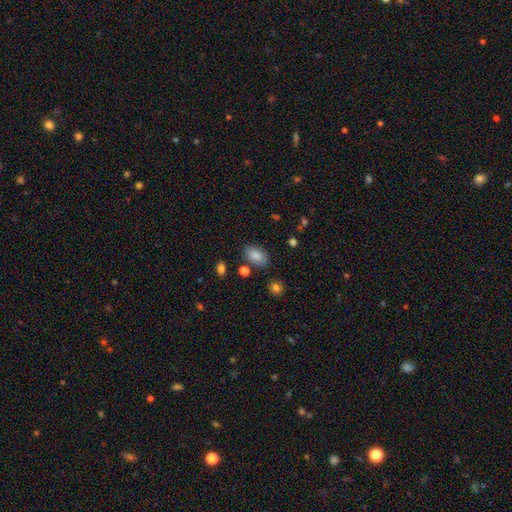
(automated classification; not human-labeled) smooth 84%, star or artifact 8%, featured or disk 7%. Down the decision tree: how rounded — in between (90%); merging — none (80%).